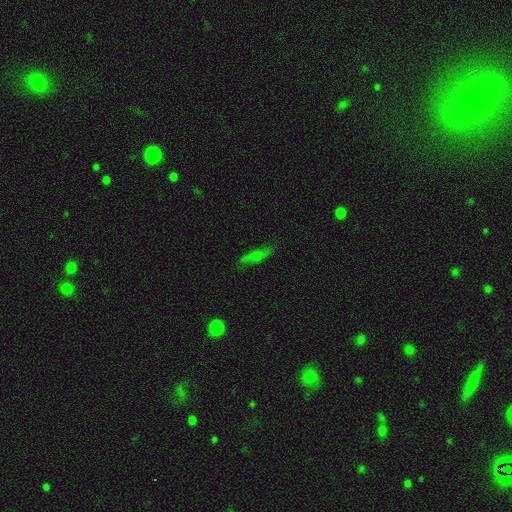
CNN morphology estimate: Q: Smooth or featured?
A: smooth (62%); runner-up: featured or disk (26%)
Q: How rounded?
A: cigar-shaped (60%); runner-up: in between (37%)
Q: Merging?
A: none (79%); runner-up: minor disturbance (16%)